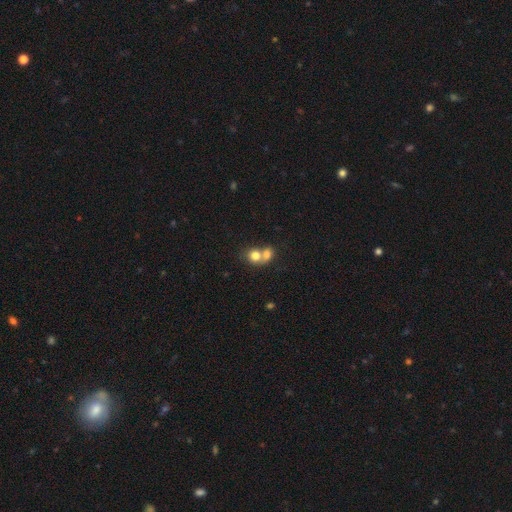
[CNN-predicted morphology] type=smooth (76%); roundness=round (68%); merging=merger (68%).